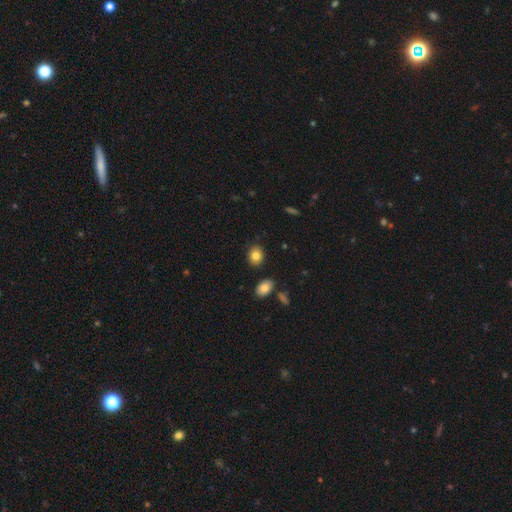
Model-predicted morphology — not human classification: Overall: smooth (83%). How rounded: round (50%; in between 49%). Merging: none (85%).